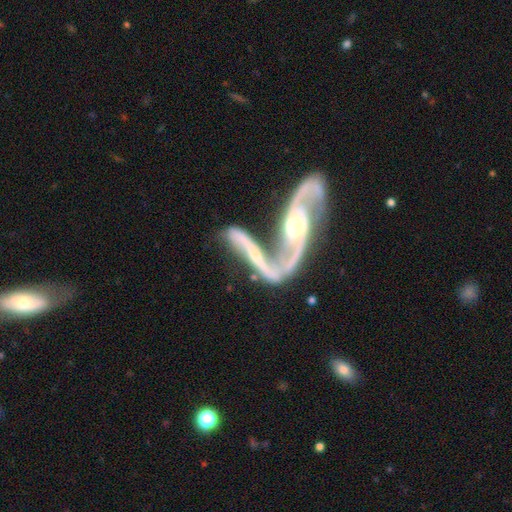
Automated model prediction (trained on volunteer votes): Q: Smooth or featured?
A: featured or disk (88%); runner-up: smooth (7%)
Q: Edge-on disk?
A: no (87%); runner-up: yes (13%)
Q: Bar?
A: no (42%); runner-up: weak (32%)
Q: Spiral arms?
A: yes (93%); runner-up: no (7%)
Q: Spiral winding?
A: loose (61%); runner-up: medium (29%)
Q: Spiral arm count?
A: 2 (91%); runner-up: can't tell (3%)
Q: Bulge size?
A: moderate (50%); runner-up: small (38%)
Q: Merging?
A: merger (50%); runner-up: none (27%)